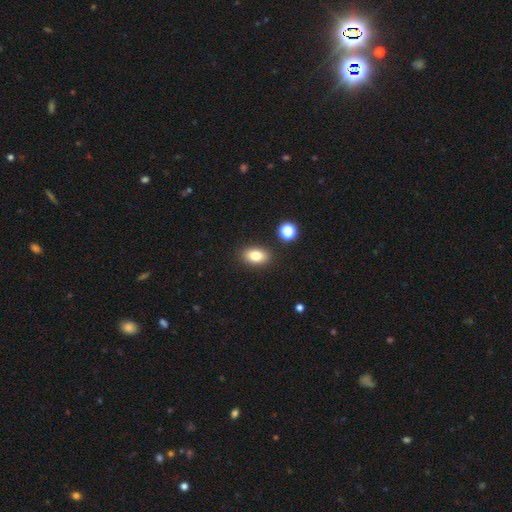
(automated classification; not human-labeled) Q: Smooth or featured?
A: smooth (81%); runner-up: star or artifact (10%)
Q: How rounded?
A: in between (85%); runner-up: round (12%)
Q: Merging?
A: none (87%); runner-up: minor disturbance (8%)